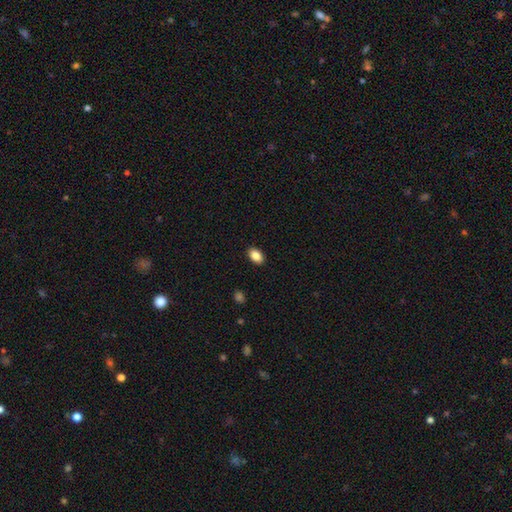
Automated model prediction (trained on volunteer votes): smooth-or-featured: smooth: 87% | star or artifact: 8% | featured or disk: 5%
  how-rounded: in between: 88% | round: 10% | cigar-shaped: 1%
  merging: none: 89% | minor disturbance: 8% | major disturbance: 2% | merger: 1%